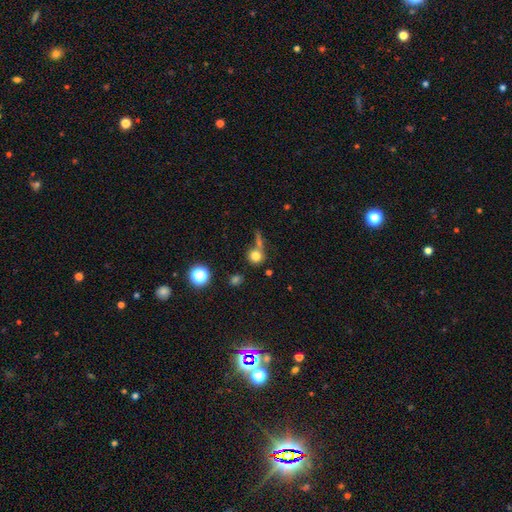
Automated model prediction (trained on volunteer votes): Smooth or featured: smooth — 76% (star or artifact — 14%)
How rounded: round — 88% (in between — 11%)
Merging: none — 58% (merger — 24%)